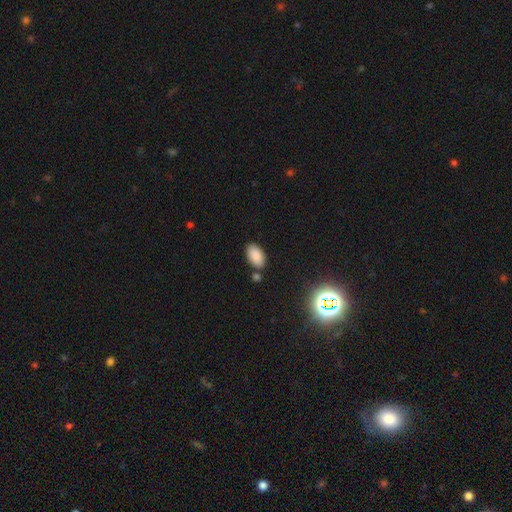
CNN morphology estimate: smooth 87%, star or artifact 9%, featured or disk 4%. Down the decision tree: how rounded — in between (94%); merging — none (78%).